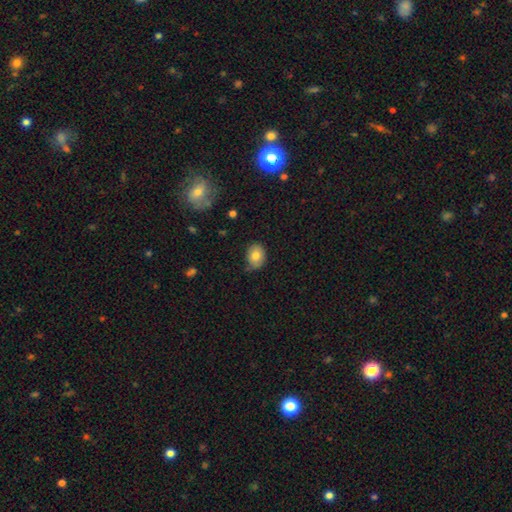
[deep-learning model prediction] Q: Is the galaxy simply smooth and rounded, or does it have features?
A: smooth — 80%.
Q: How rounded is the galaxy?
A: in between — 58%.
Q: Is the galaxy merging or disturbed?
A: none — 70%.